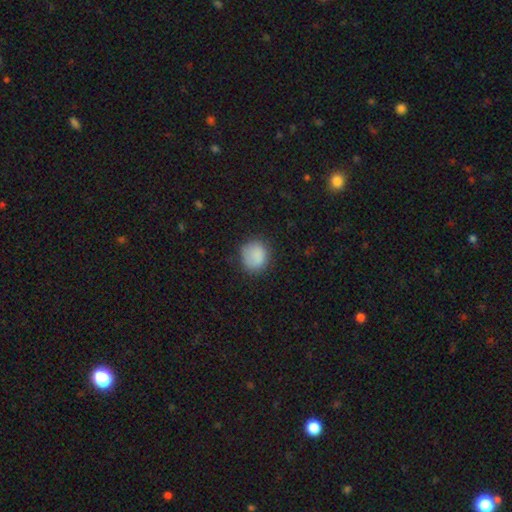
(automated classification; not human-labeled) A smooth galaxy with no disk features (85%) that is round (77%).

Vote fractions:
- Smooth or featured? smooth: 85% / star or artifact: 9% / featured or disk: 7%
- How rounded? round: 77% / in between: 22% / cigar-shaped: 1%
- Merging? none: 70% / minor disturbance: 21% / major disturbance: 7% / merger: 2%